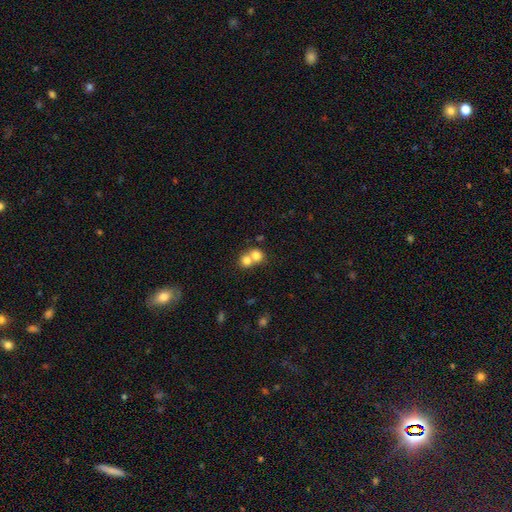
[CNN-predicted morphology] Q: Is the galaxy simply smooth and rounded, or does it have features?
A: smooth — 77%.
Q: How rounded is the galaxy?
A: round — 75%.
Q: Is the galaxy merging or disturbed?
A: merger — 64%.